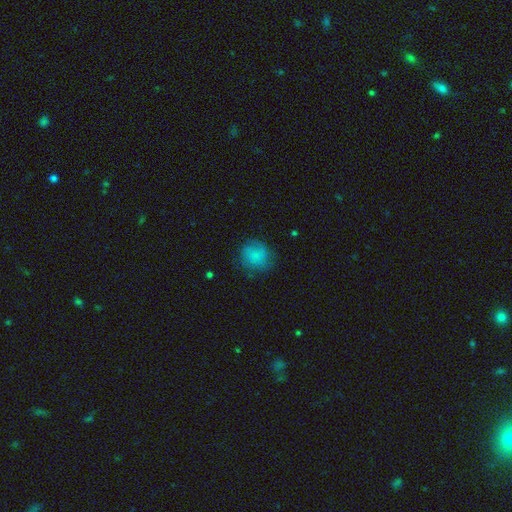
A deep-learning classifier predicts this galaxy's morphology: Smooth or featured? Predicted: smooth (p=0.76). How rounded? Predicted: round (p=0.85). Merging? Predicted: none (p=0.73).